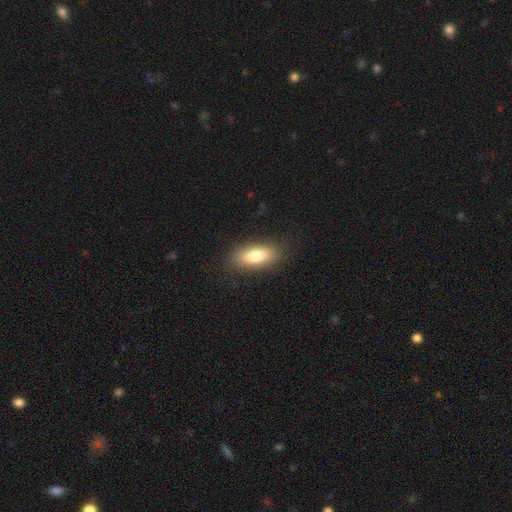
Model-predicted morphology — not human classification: This is clearly a smooth galaxy (80%). How rounded: likely in between (79%). Merging: clearly none (87%).